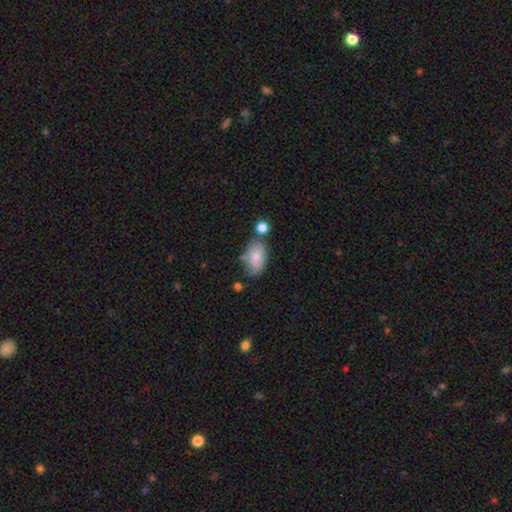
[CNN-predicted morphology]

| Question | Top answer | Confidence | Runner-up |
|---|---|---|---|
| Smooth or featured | smooth | 69% | featured or disk (23%) |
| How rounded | in between | 89% | round (10%) |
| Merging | none | 41% | minor disturbance (26%) |